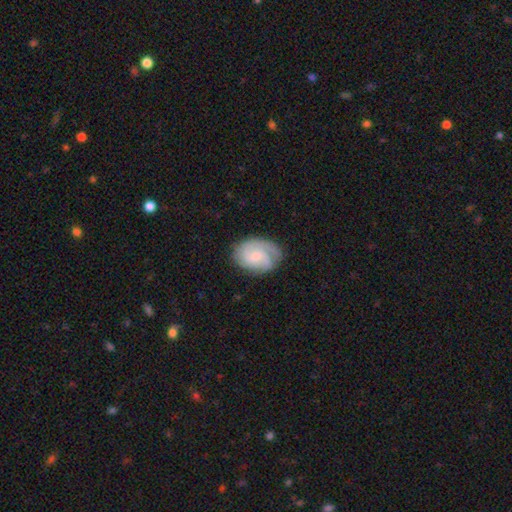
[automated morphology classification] Smooth or featured: featured or disk — 70% (smooth — 24%)
Edge-on disk: no — 98% (yes — 2%)
Bar: no — 61% (weak — 35%)
Spiral arms: yes — 94% (no — 6%)
Spiral winding: tight — 51% (medium — 37%)
Spiral arm count: 2 — 33% (3 — 25%)
Bulge size: small — 53% (moderate — 29%)
Merging: none — 73% (minor disturbance — 19%)